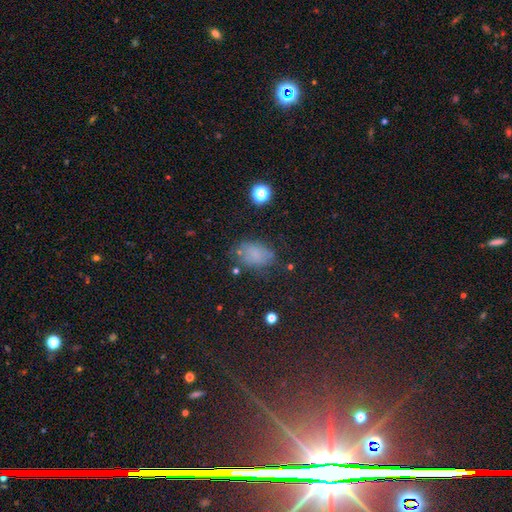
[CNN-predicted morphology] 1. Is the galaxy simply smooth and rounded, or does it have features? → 58% smooth, 28% star or artifact, 14% featured or disk.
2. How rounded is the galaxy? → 82% in between, 16% round, 2% cigar-shaped.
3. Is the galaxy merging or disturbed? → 67% none, 21% minor disturbance, 8% major disturbance, 4% merger.